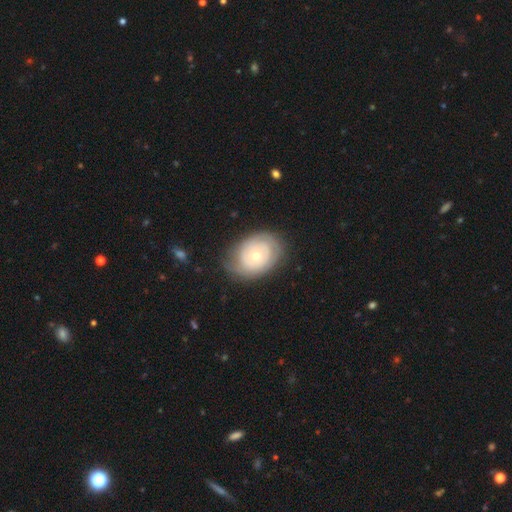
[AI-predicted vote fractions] The model was most divided on "bulge size": moderate: 51%, small: 45%, large: 2%, none: 1%, dominant: 1%. More confident: edge-on disk — no (96%); bar — no (84%); merging — none (74%); spiral arms — yes (69%); smooth or featured — featured or disk (68%).